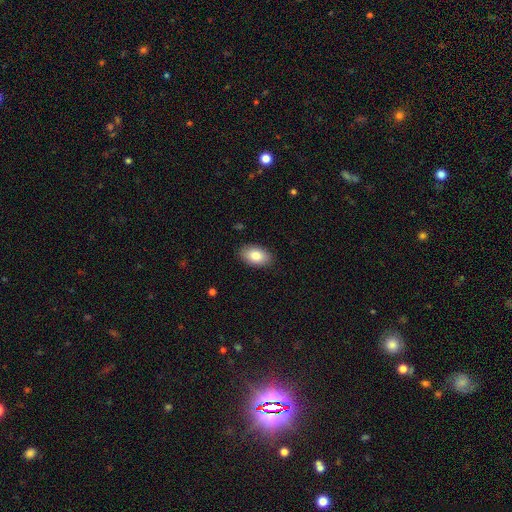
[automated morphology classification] Overall: smooth (84%). How rounded: in between (93%). Merging: none (89%).